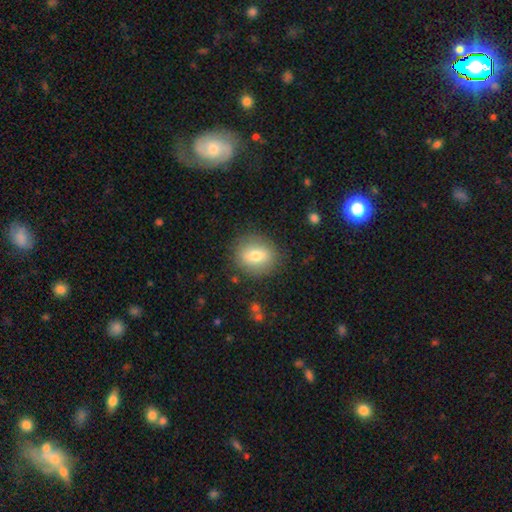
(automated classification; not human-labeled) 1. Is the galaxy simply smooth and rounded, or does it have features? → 73% smooth, 18% featured or disk, 9% star or artifact.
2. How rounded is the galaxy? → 72% round, 27% in between, 1% cigar-shaped.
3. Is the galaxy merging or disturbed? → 85% none, 10% minor disturbance, 4% major disturbance, 1% merger.